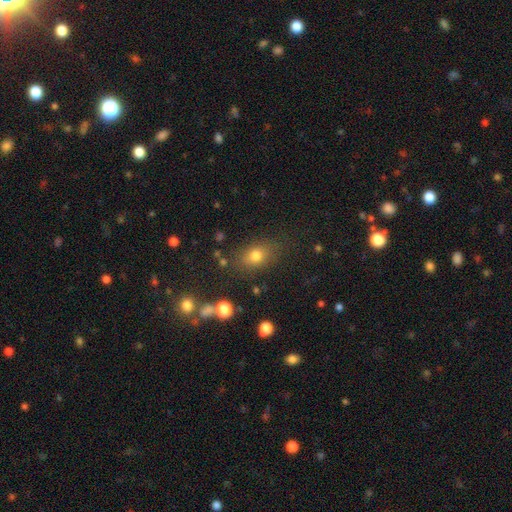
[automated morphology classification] A smooth galaxy with no disk features (74%) that is in between round and cigar-shaped (64%). Merging: none (78%).